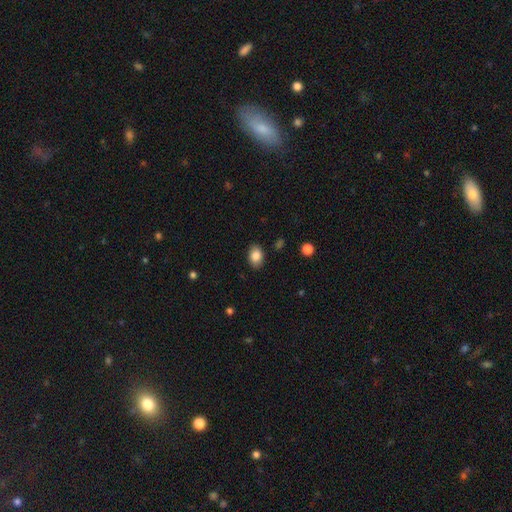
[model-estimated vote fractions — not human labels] Smooth or featured: smooth — 85% (star or artifact — 8%)
How rounded: in between — 81% (round — 18%)
Merging: none — 87% (minor disturbance — 10%)